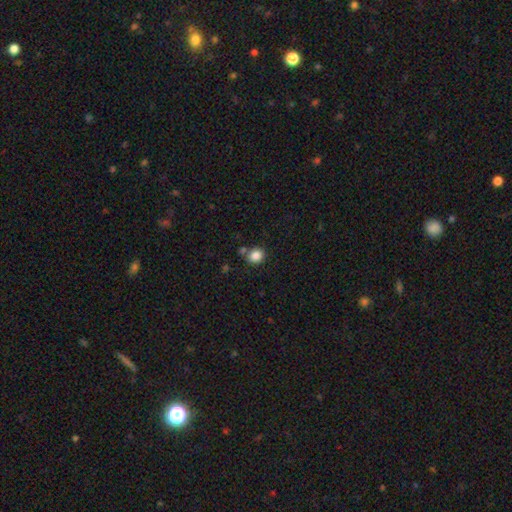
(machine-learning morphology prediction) Smooth or featured? smooth (85%)
How rounded? round (82%)
Merging? none (75%)